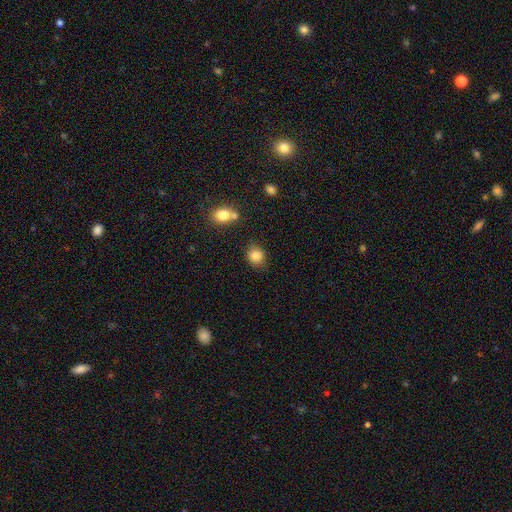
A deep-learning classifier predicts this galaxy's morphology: A smooth galaxy with no disk features (85%) that is round (72%).

Vote fractions:
- Smooth or featured? smooth: 85% / star or artifact: 10% / featured or disk: 5%
- How rounded? round: 72% / in between: 27% / cigar-shaped: 1%
- Merging? none: 76% / minor disturbance: 15% / merger: 5% / major disturbance: 4%